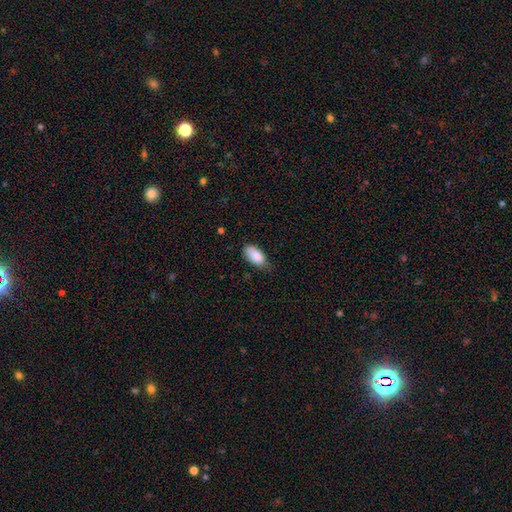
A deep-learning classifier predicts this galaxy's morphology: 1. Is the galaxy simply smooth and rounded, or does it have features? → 87% smooth, 7% star or artifact, 6% featured or disk.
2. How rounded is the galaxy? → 93% in between, 4% cigar-shaped, 3% round.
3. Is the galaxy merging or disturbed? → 61% none, 32% minor disturbance, 6% major disturbance, 1% merger.